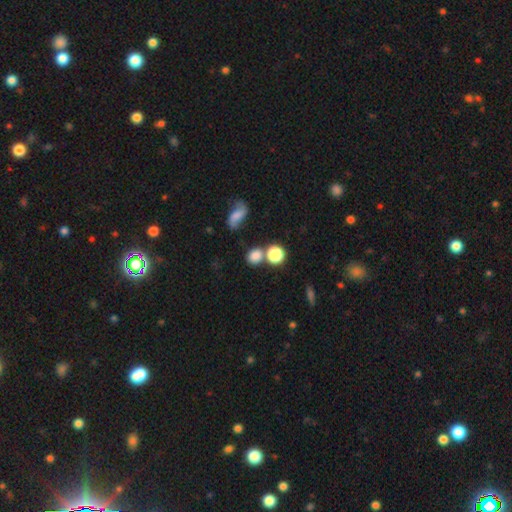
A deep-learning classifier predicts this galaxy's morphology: This is likely a smooth galaxy (79%). How rounded: likely round (69%). Merging: possibly none (59%).